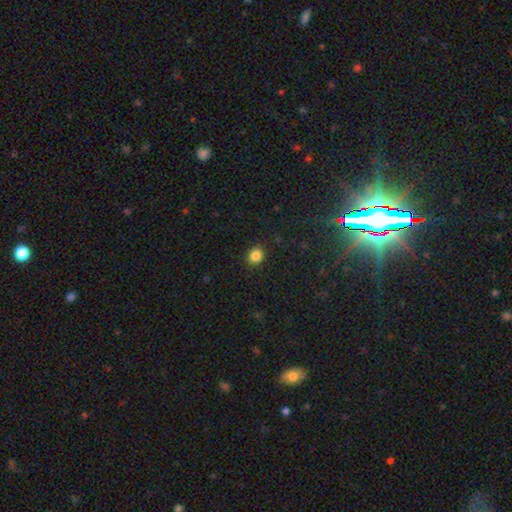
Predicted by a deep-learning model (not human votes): A smooth galaxy with no disk features (85%) that is round (61%). Merging: none (90%).